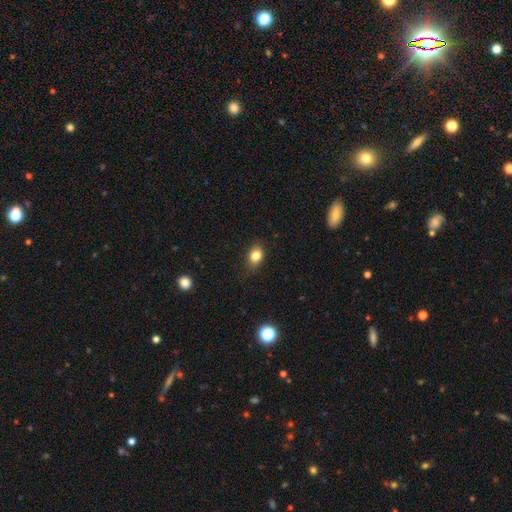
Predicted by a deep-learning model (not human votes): Smooth or featured? Predicted: smooth (p=0.82). How rounded? Predicted: in between (p=0.67). Merging? Predicted: none (p=0.77).